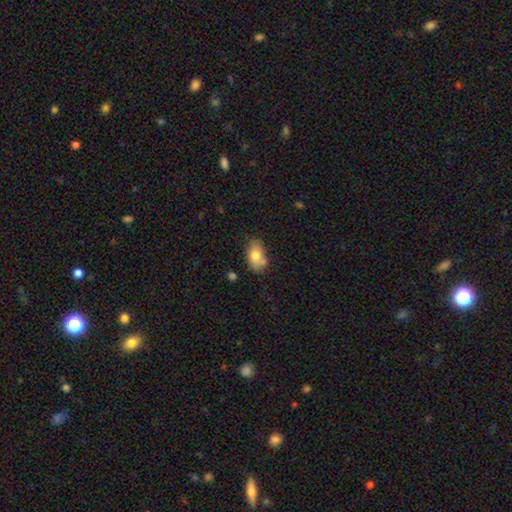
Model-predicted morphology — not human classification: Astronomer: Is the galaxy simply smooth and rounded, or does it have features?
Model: smooth — 78%.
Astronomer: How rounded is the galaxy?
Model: in between — 89%.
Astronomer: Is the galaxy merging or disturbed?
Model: none — 62%.